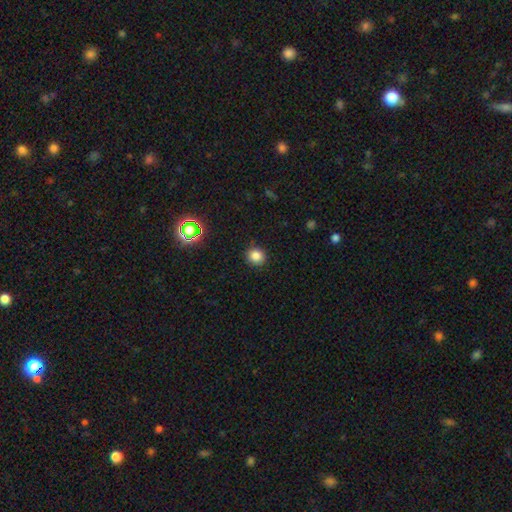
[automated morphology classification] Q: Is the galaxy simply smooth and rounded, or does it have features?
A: smooth — 82%.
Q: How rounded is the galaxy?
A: round — 88%.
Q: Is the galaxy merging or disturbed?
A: none — 91%.